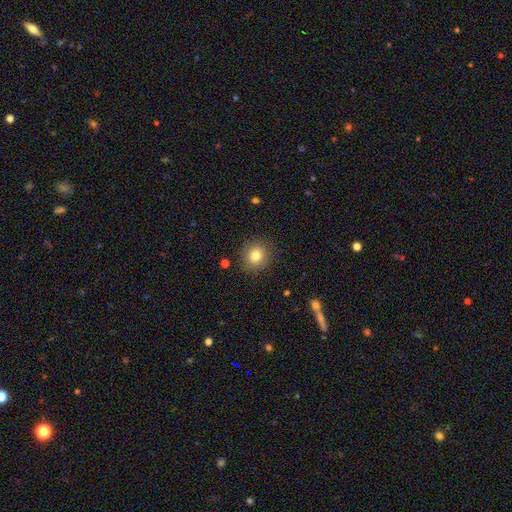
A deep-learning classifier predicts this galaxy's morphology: type=smooth (80%); roundness=round (87%); merging=none (88%).